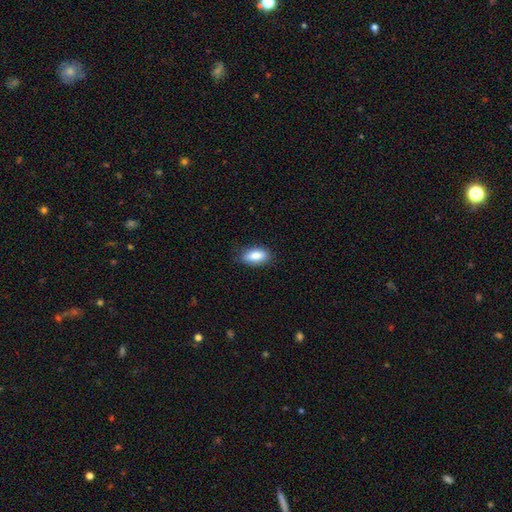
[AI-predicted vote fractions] Overall: smooth (85%). How rounded: in between (86%). Merging: none (80%).